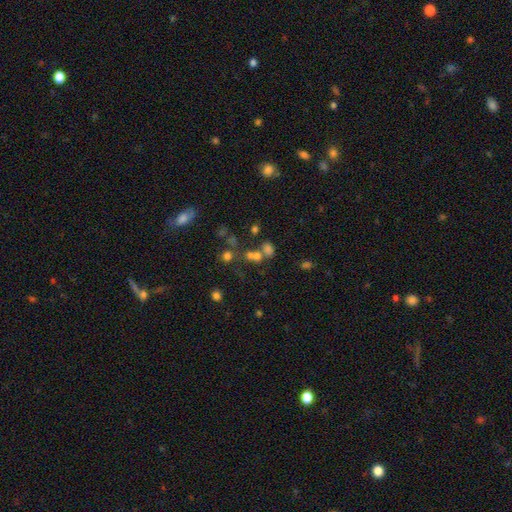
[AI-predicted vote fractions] Smooth or featured: smooth — 53% (star or artifact — 32%)
How rounded: round — 58% (in between — 40%)
Merging: none — 45% (merger — 38%)